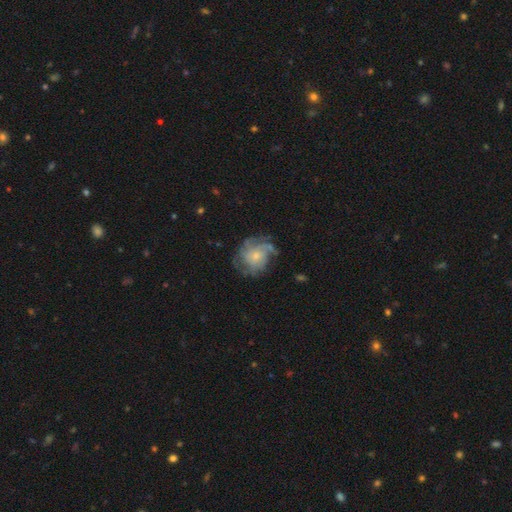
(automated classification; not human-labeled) smooth-or-featured: featured or disk: 71% | smooth: 21% | star or artifact: 8%
  disk-edge-on: no: 98% | yes: 2%
    bar: no: 79% | weak: 19% | strong: 2%
    has-spiral-arms: yes: 88% | no: 12%
      spiral-winding: tight: 44% | medium: 36% | loose: 20%
      spiral-arm-count: can't tell: 38% | 4: 19% | 3: 17% | 2: 10% | more than 4: 9% | 1: 7%
    bulge-size: small: 57% | moderate: 33% | none: 4% | large: 4% | dominant: 1%
  merging: none: 61% | minor disturbance: 21% | major disturbance: 16% | merger: 2%